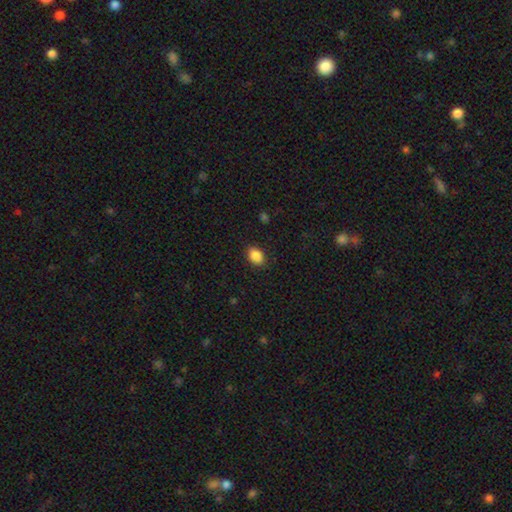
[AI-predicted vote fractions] Smooth or featured: smooth — 89% (star or artifact — 8%)
How rounded: in between — 80% (round — 18%)
Merging: none — 88% (minor disturbance — 8%)